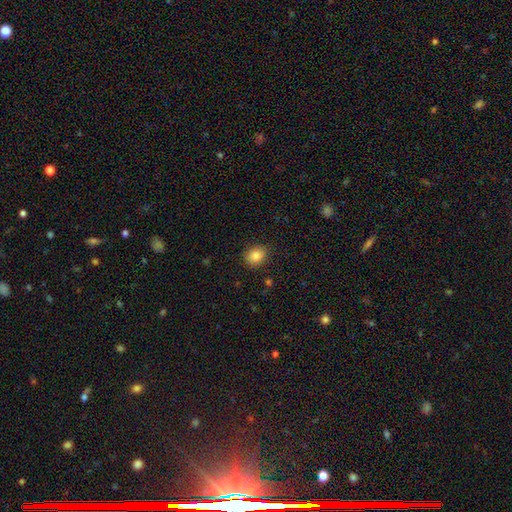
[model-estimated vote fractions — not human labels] Morphology: type=smooth (86%); roundness=round (58%); merging=none (87%).